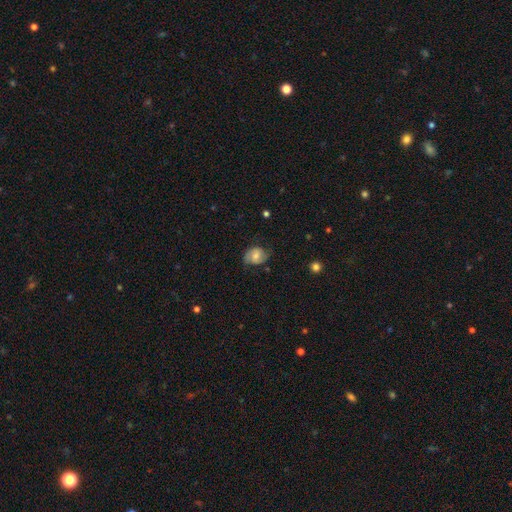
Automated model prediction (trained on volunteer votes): Smooth or featured? featured or disk (48%)
Merging? none (64%)